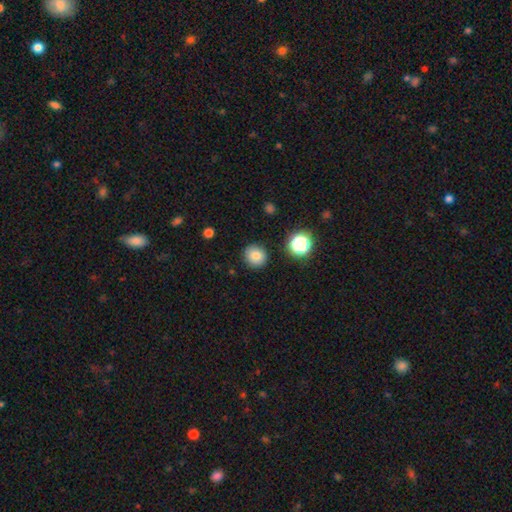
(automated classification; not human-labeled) Smooth or featured? Predicted: smooth (p=0.81). How rounded? Predicted: round (p=0.93). Merging? Predicted: none (p=0.90).